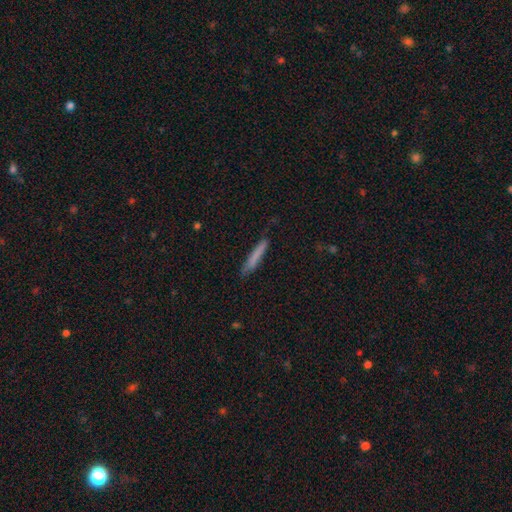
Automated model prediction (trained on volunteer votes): Overall: smooth (77%). How rounded: cigar-shaped (95%). Merging: none (82%).